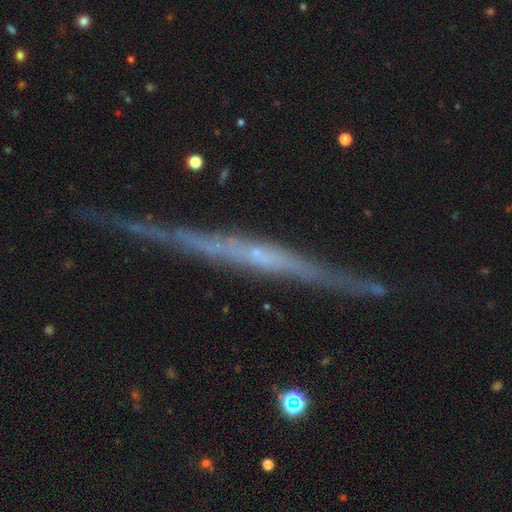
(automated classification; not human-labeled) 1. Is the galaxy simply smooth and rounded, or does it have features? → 78% featured or disk, 12% smooth, 10% star or artifact.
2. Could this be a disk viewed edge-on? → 96% yes, 4% no.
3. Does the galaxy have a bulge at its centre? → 61% none, 28% rounded, 11% boxy.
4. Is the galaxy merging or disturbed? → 85% none, 11% minor disturbance, 2% major disturbance, 2% merger.